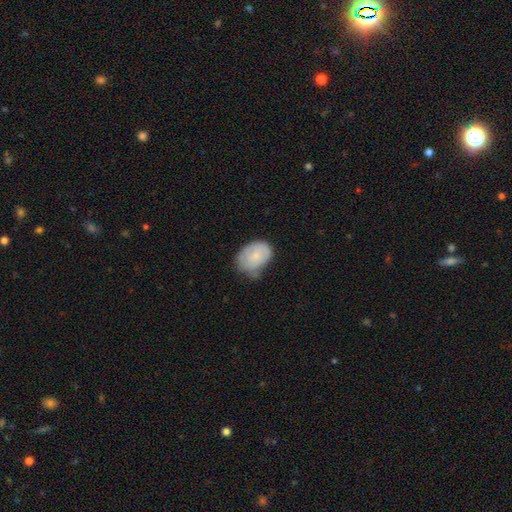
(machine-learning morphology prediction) smooth 72%, featured or disk 21%, star or artifact 7%. Down the decision tree: how rounded — in between (77%); merging — none (42%, tied with minor disturbance).